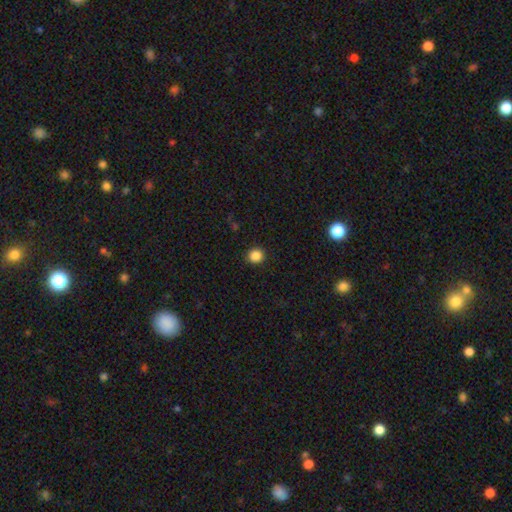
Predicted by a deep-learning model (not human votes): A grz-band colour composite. It shows a smooth galaxy with no disk features (86%) that is round (91%). Merging: none (92%).